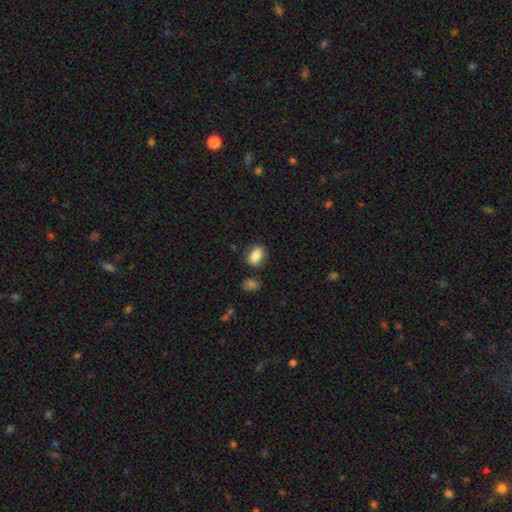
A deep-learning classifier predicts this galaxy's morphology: Smooth or featured? Predicted: smooth (p=0.86). How rounded? Predicted: in between (p=0.85). Merging? Predicted: none (p=0.78).